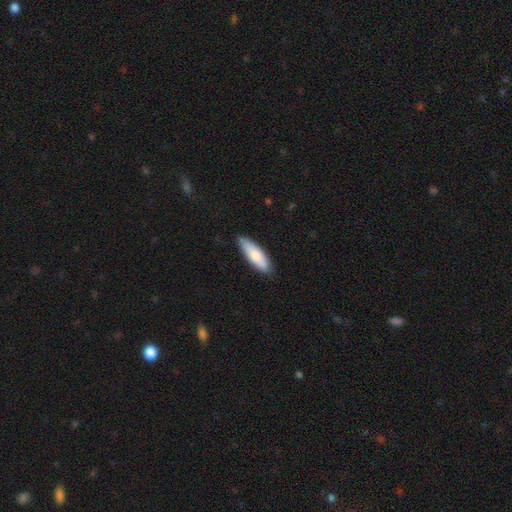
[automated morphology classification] Q: Smooth or featured?
A: smooth (77%); runner-up: featured or disk (18%)
Q: How rounded?
A: in between (50%); runner-up: cigar-shaped (48%)
Q: Merging?
A: none (84%); runner-up: minor disturbance (13%)